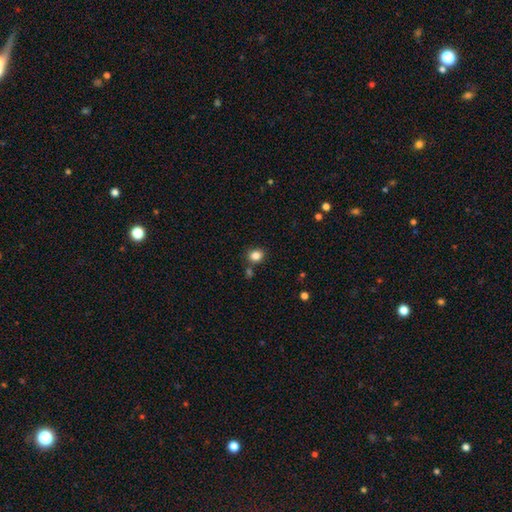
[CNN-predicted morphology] Overall: smooth (84%). How rounded: round (66%; in between 33%). Merging: none (78%).